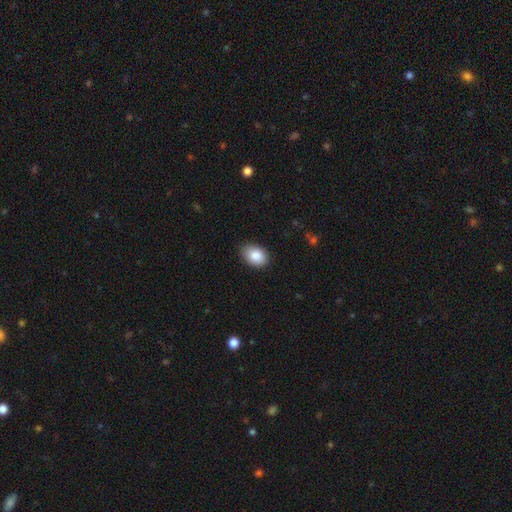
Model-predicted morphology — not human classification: smooth 87%, star or artifact 7%, featured or disk 5%. Down the decision tree: how rounded — in between (82%); merging — none (83%).